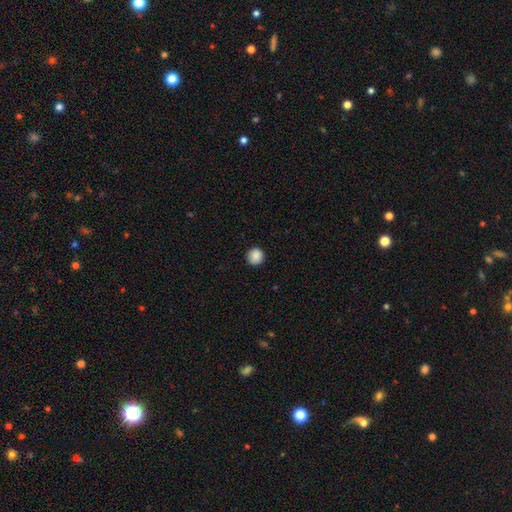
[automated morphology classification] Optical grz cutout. It shows a smooth galaxy with no disk features (89%) that is round (93%). Merging: none (90%).